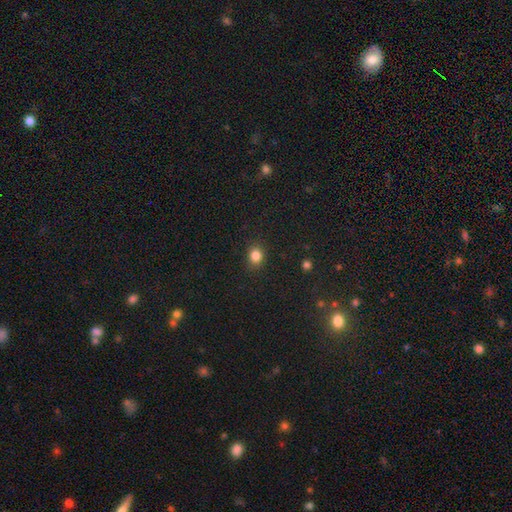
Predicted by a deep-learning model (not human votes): Morphology: type=smooth (85%); roundness=round (63%); merging=none (87%).